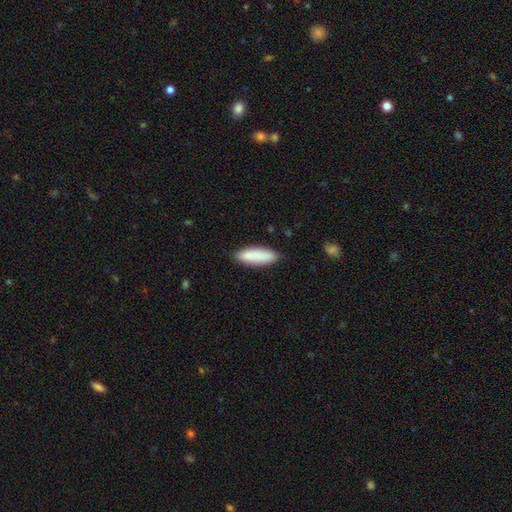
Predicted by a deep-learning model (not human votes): This appears to be a smooth galaxy with no disk features (86%) that is in between round and cigar-shaped (55%). Merging: none (83%).